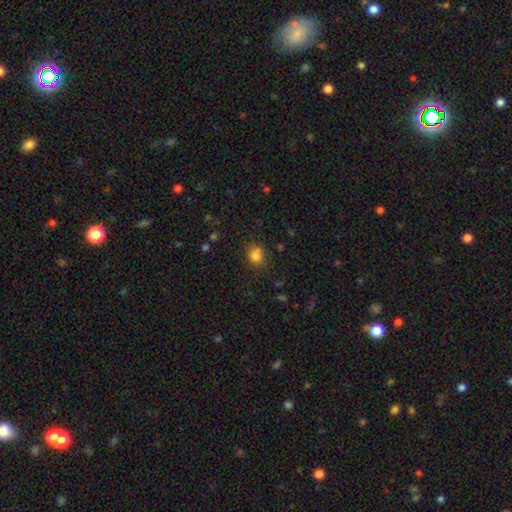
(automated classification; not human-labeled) smooth 82%, star or artifact 12%, featured or disk 6%. Down the decision tree: how rounded — round (68%); merging — none (70%).